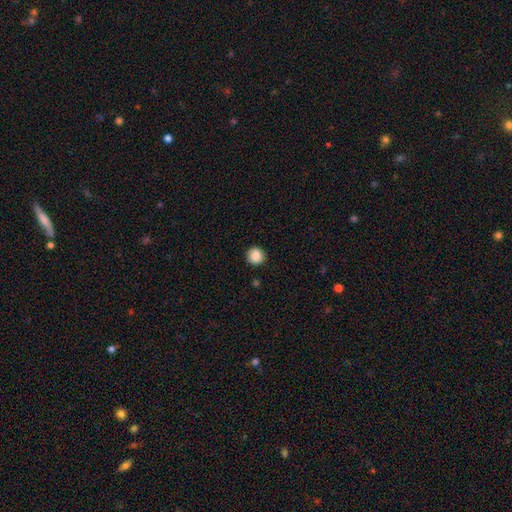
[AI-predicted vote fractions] A smooth galaxy with no disk features (88%) that is round (93%).

Vote fractions:
- Smooth or featured? smooth: 88% / star or artifact: 9% / featured or disk: 4%
- How rounded? round: 93% / in between: 6% / cigar-shaped: 1%
- Merging? none: 90% / minor disturbance: 7% / major disturbance: 2% / merger: 1%